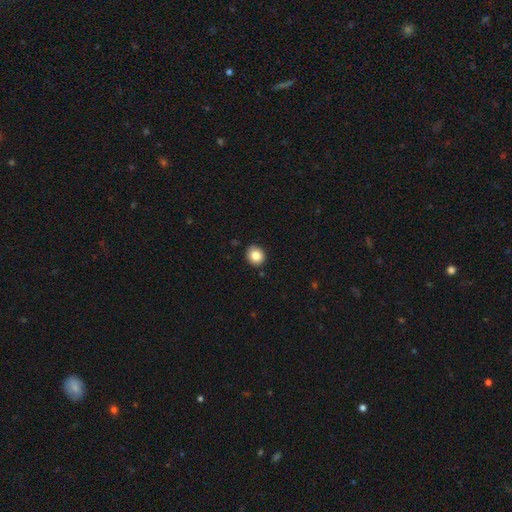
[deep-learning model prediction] Smooth or featured? smooth (84%)
How rounded? round (80%)
Merging? none (88%)